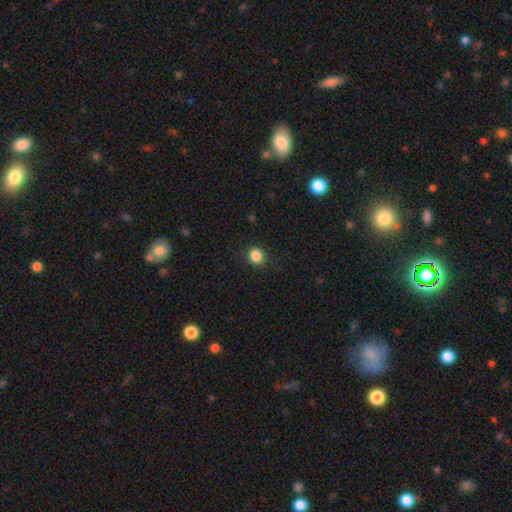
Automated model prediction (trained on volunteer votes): Smooth or featured? Predicted: smooth (p=0.86). How rounded? Predicted: round (p=0.78). Merging? Predicted: none (p=0.89).